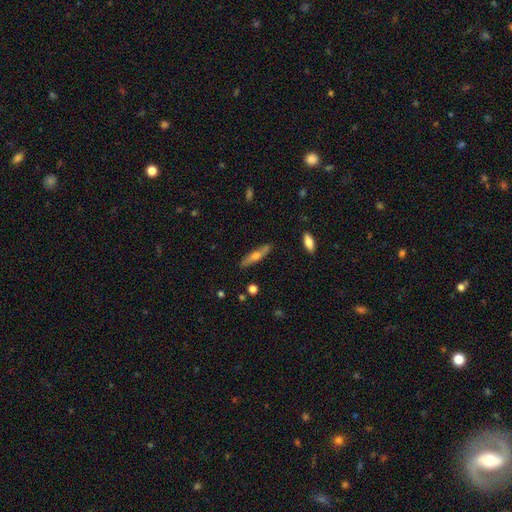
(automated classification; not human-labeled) A smooth galaxy with no disk features (47%).

Vote fractions:
- Smooth or featured? smooth: 47% / featured or disk: 46% / star or artifact: 7%
- Merging? none: 82% / minor disturbance: 13% / merger: 3% / major disturbance: 2%